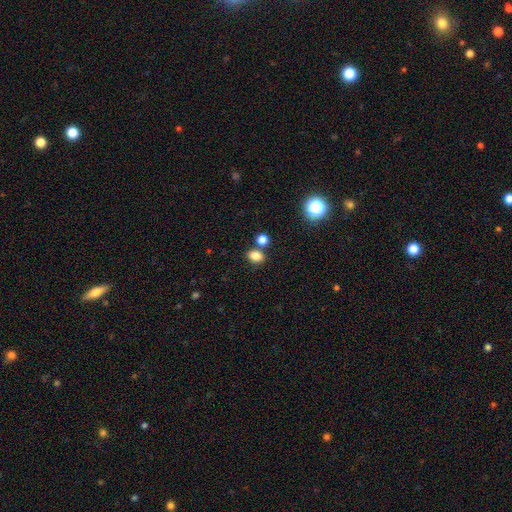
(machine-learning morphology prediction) The model was most divided on "how rounded": in between: 63%, round: 36%, cigar-shaped: 1%. More confident: smooth or featured — smooth (82%); merging — none (69%).